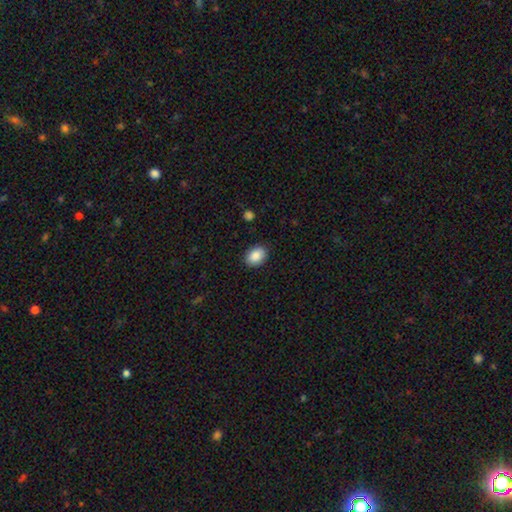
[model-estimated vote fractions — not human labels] This appears to be a smooth galaxy with no disk features (89%) that is in between round and cigar-shaped (78%). Merging: none (88%).